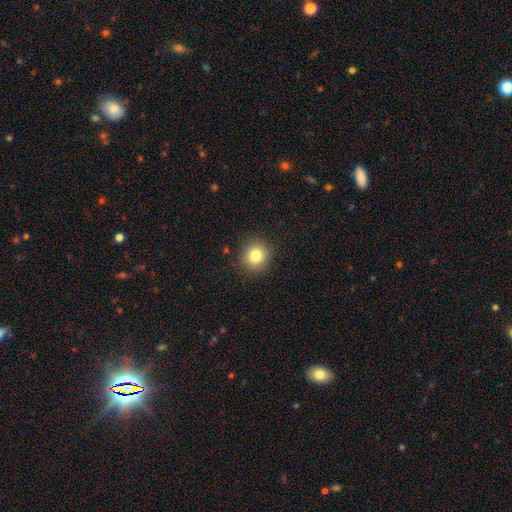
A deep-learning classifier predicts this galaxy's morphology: Smooth or featured?
  - smooth: 81% *
  - star or artifact: 11%
  - featured or disk: 7%
How rounded?
  - round: 88% *
  - in between: 11%
  - cigar-shaped: 1%
Merging?
  - none: 89% *
  - minor disturbance: 8%
  - major disturbance: 2%
  - merger: 1%